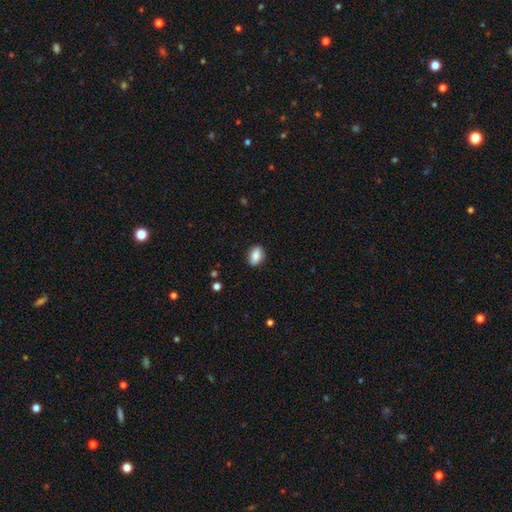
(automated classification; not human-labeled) Morphology: type=smooth (83%); roundness=in between (84%); merging=none (86%).